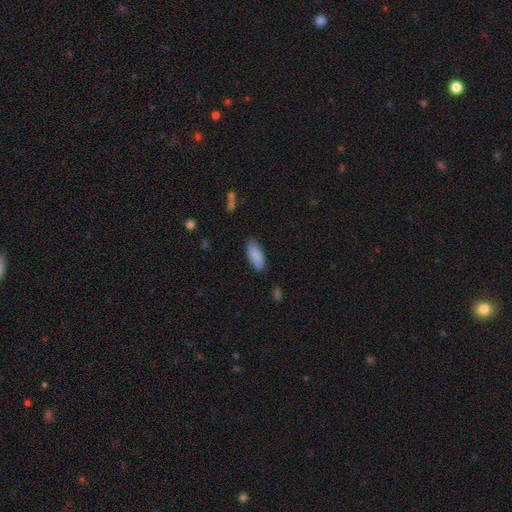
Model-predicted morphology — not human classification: A smooth galaxy with no disk features (88%) that is in between round and cigar-shaped (84%). Merging: none (80%).